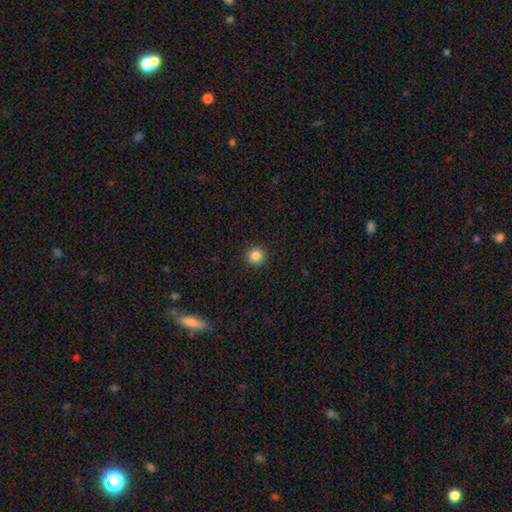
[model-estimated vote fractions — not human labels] Smooth or featured: smooth — 85% (star or artifact — 11%)
How rounded: round — 95% (in between — 4%)
Merging: none — 93% (minor disturbance — 4%)